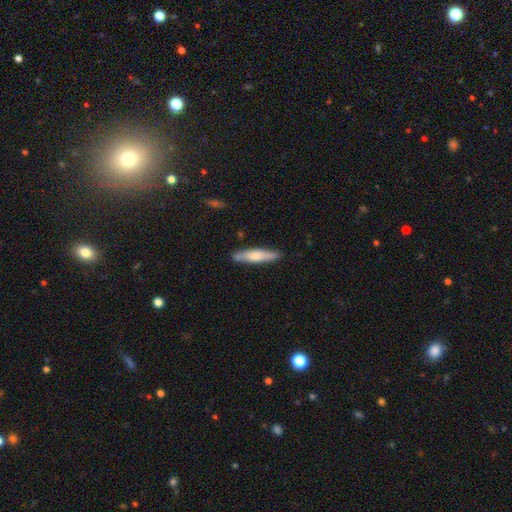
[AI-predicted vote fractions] This is likely a smooth galaxy (61%). How rounded: clearly cigar-shaped (83%). Merging: clearly none (84%).